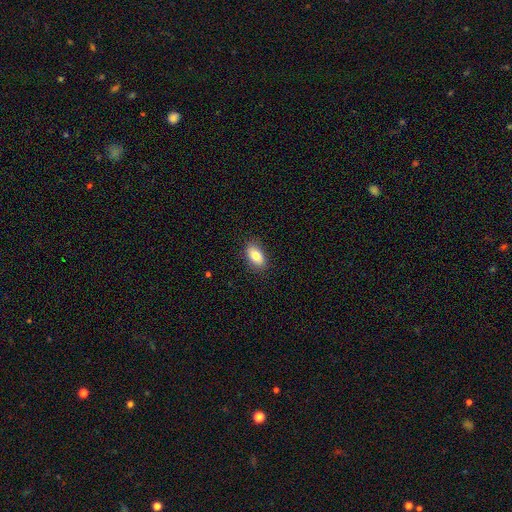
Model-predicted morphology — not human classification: Smooth or featured? smooth (81%)
How rounded? in between (90%)
Merging? none (86%)